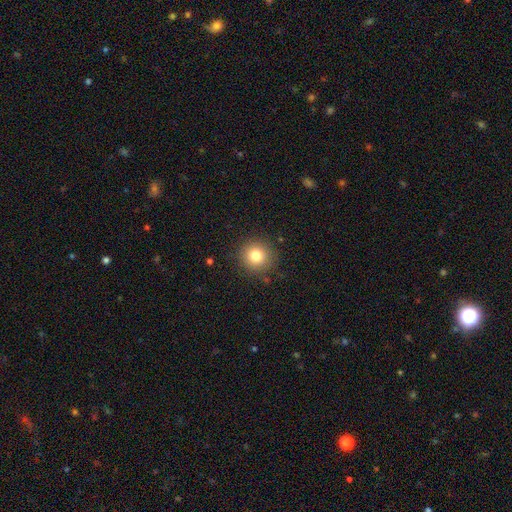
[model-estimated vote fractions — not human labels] A smooth galaxy with no disk features (80%) that is round (93%).

Vote fractions:
- Smooth or featured? smooth: 80% / star or artifact: 12% / featured or disk: 8%
- How rounded? round: 93% / in between: 6% / cigar-shaped: 1%
- Merging? none: 88% / minor disturbance: 8% / major disturbance: 3% / merger: 1%